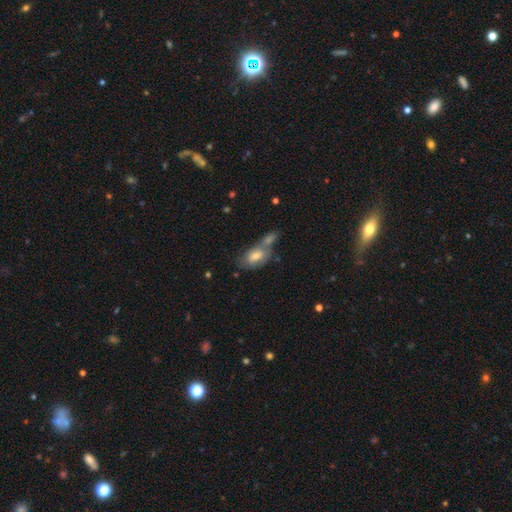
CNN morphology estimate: Smooth or featured?
  - smooth: 66% *
  - featured or disk: 25%
  - star or artifact: 10%
How rounded?
  - in between: 87% *
  - round: 8%
  - cigar-shaped: 5%
Merging?
  - merger: 49% *
  - none: 31%
  - minor disturbance: 13%
  - major disturbance: 7%